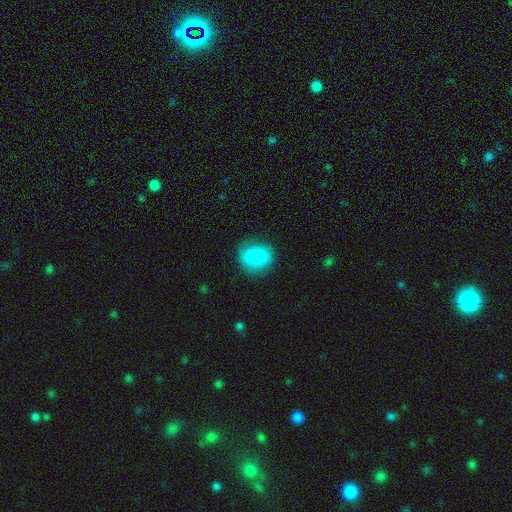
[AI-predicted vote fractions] A smooth galaxy with no disk features (78%) that is round (73%).

Vote fractions:
- Smooth or featured? smooth: 78% / featured or disk: 14% / star or artifact: 8%
- How rounded? round: 73% / in between: 26% / cigar-shaped: 1%
- Merging? none: 79% / minor disturbance: 15% / major disturbance: 4% / merger: 1%